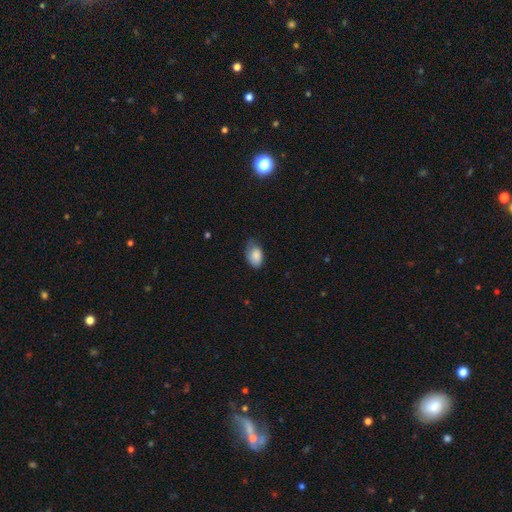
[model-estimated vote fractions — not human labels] smooth-or-featured: smooth: 85% | featured or disk: 8% | star or artifact: 7%
  how-rounded: in between: 88% | round: 11% | cigar-shaped: 1%
  merging: none: 51% | minor disturbance: 38% | major disturbance: 9% | merger: 1%